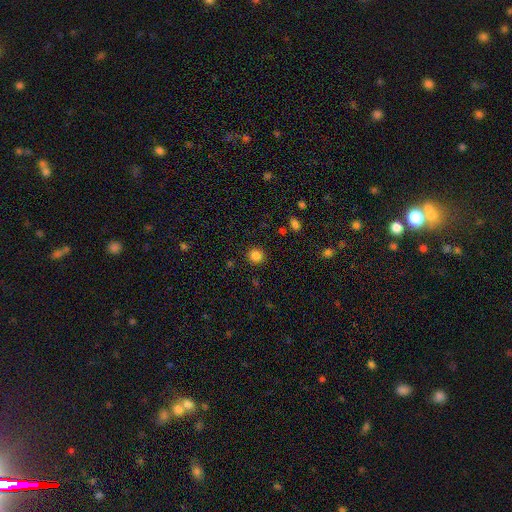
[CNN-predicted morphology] Smooth or featured: smooth — 84% (star or artifact — 12%)
How rounded: round — 92% (in between — 7%)
Merging: none — 91% (minor disturbance — 6%)